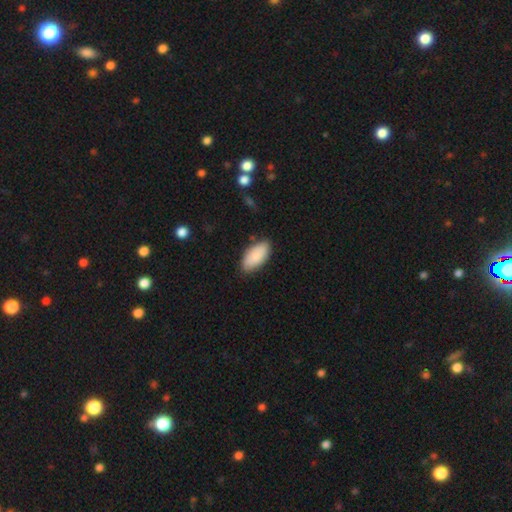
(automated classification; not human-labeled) A smooth galaxy with no disk features (85%) that is in between round and cigar-shaped (94%). Merging: none (82%).